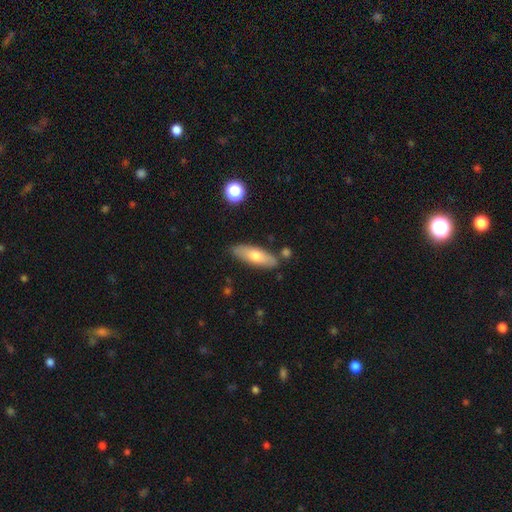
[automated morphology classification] smooth 63%, featured or disk 30%, star or artifact 6%. Down the decision tree: how rounded — in between (56%); merging — none (81%).